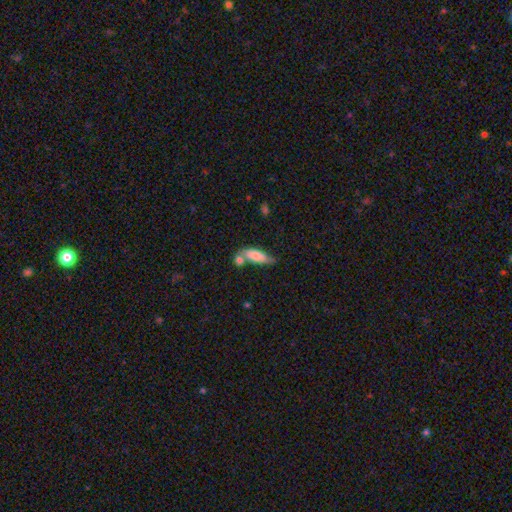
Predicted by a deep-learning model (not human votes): Smooth or featured? Predicted: smooth (p=0.75). How rounded? Predicted: in between (p=0.65). Merging? Predicted: none (p=0.38).